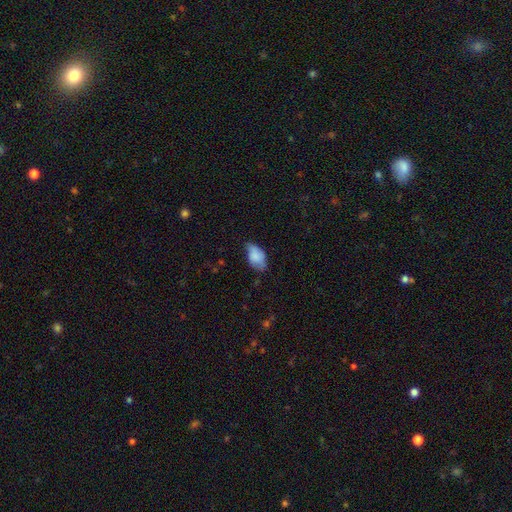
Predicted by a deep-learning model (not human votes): Overall: smooth (80%). How rounded: in between (92%). Merging: none (45%; minor disturbance 42%).